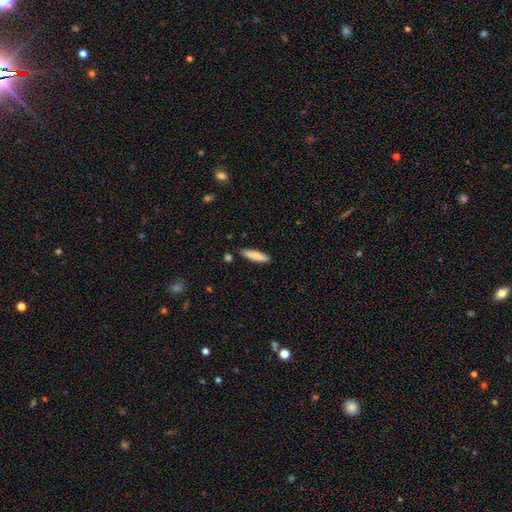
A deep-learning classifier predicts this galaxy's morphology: Smooth or featured? smooth (80%)
How rounded? cigar-shaped (75%)
Merging? none (85%)